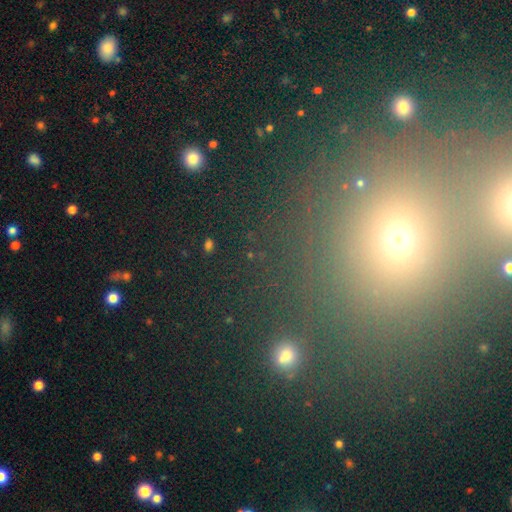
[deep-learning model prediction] smooth-or-featured: star or artifact: 50% | smooth: 41% | featured or disk: 9%